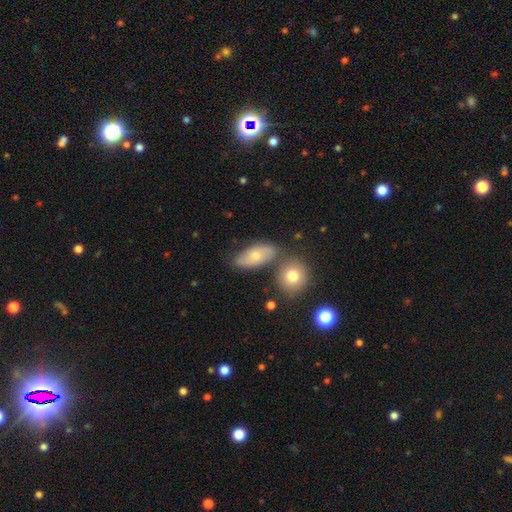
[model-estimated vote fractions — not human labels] A smooth galaxy with no disk features (61%) that is in between round and cigar-shaped (84%). Merging: none (63%).